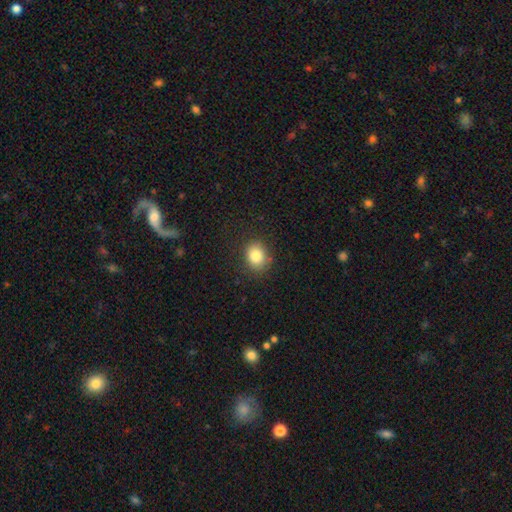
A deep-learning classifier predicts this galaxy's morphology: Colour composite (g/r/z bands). It shows a smooth galaxy with no disk features (84%) that is round (60%). Merging: none (82%).